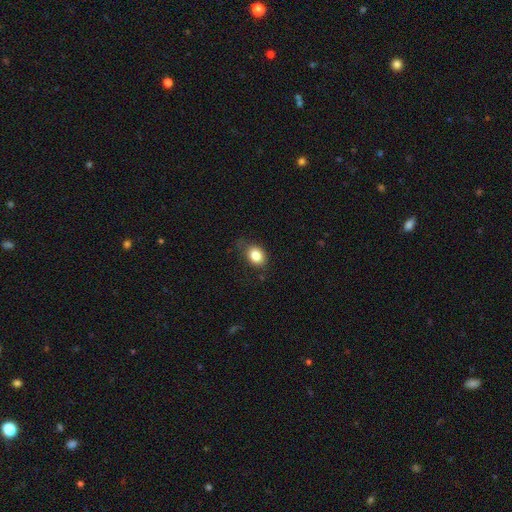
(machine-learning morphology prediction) Smooth or featured: smooth — 82% (star or artifact — 9%)
How rounded: in between — 65% (round — 34%)
Merging: none — 66% (minor disturbance — 25%)